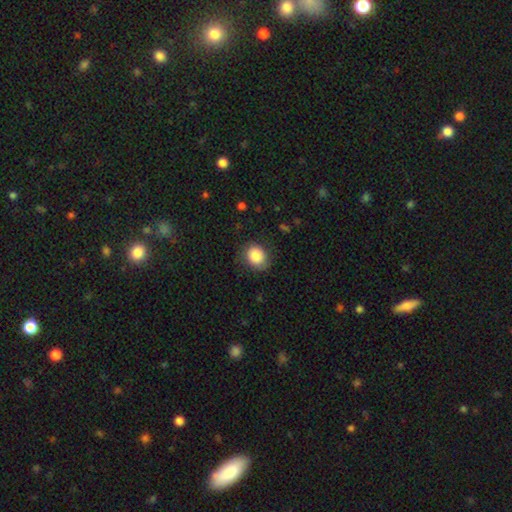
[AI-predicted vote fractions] smooth-or-featured: smooth: 86% | star or artifact: 8% | featured or disk: 6%
  how-rounded: round: 69% | in between: 30% | cigar-shaped: 1%
  merging: none: 80% | minor disturbance: 14% | major disturbance: 4% | merger: 1%